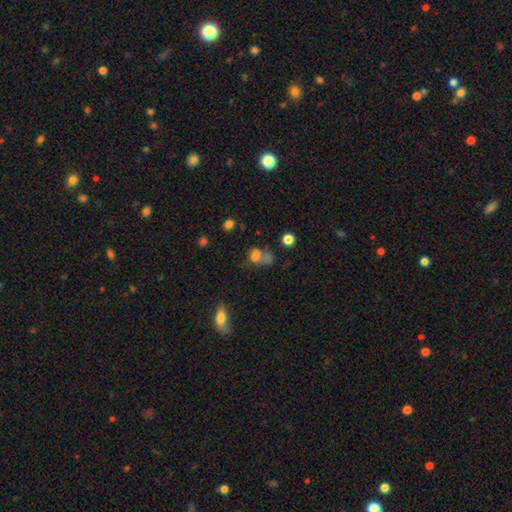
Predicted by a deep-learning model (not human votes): Overall: smooth (64%). How rounded: in between (62%; round 36%). Merging: merger (42%; none 25%).